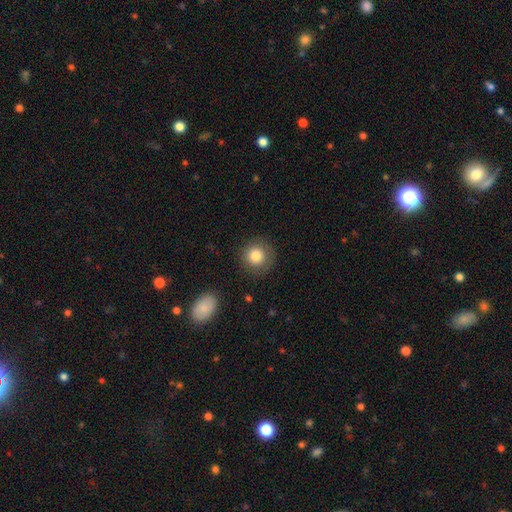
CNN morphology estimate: Smooth or featured? smooth (82%)
How rounded? round (93%)
Merging? none (84%)